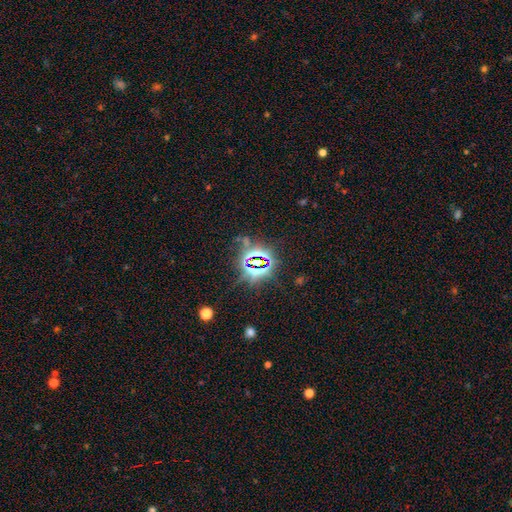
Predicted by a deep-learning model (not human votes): Q: Smooth or featured?
A: star or artifact (82%); runner-up: smooth (11%)